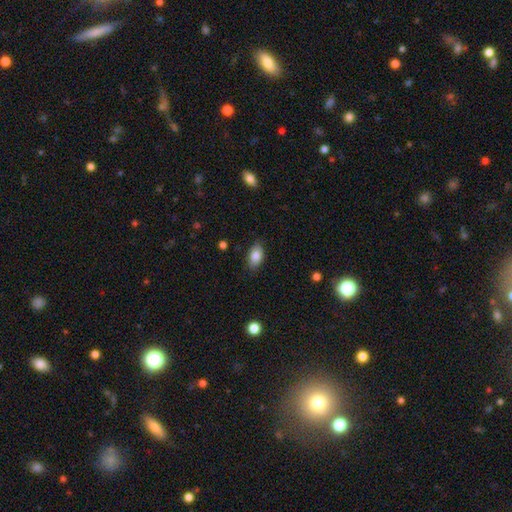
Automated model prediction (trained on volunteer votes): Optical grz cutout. It shows a smooth galaxy with no disk features (84%) that is in between round and cigar-shaped (91%). Merging: none (85%).